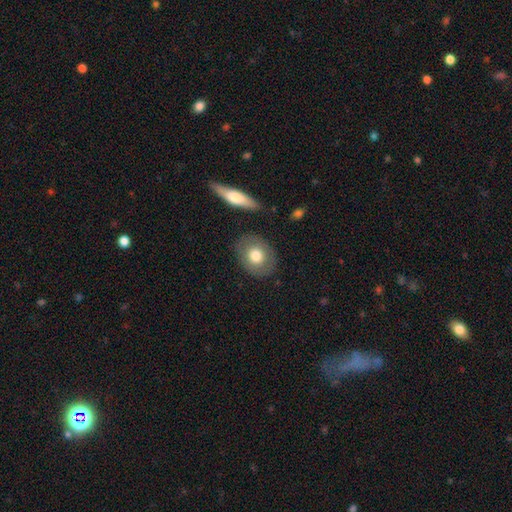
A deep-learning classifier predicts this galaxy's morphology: Smooth or featured?
  - smooth: 68% *
  - featured or disk: 25%
  - star or artifact: 6%
How rounded?
  - in between: 56% *
  - round: 43%
  - cigar-shaped: 1%
Merging?
  - none: 84% *
  - minor disturbance: 10%
  - major disturbance: 4%
  - merger: 3%